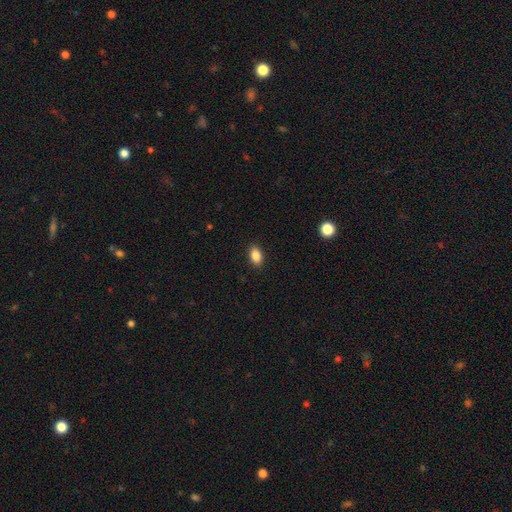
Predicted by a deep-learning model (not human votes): Smooth or featured: smooth — 86% (star or artifact — 8%)
How rounded: in between — 89% (round — 7%)
Merging: none — 90% (minor disturbance — 8%)